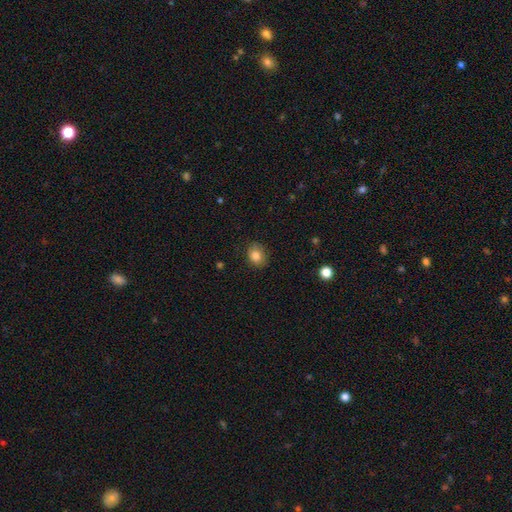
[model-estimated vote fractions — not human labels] Smooth or featured?
  - smooth: 83% *
  - star or artifact: 10%
  - featured or disk: 7%
How rounded?
  - round: 57% *
  - in between: 42%
  - cigar-shaped: 1%
Merging?
  - none: 84% *
  - minor disturbance: 13%
  - major disturbance: 3%
  - merger: 1%